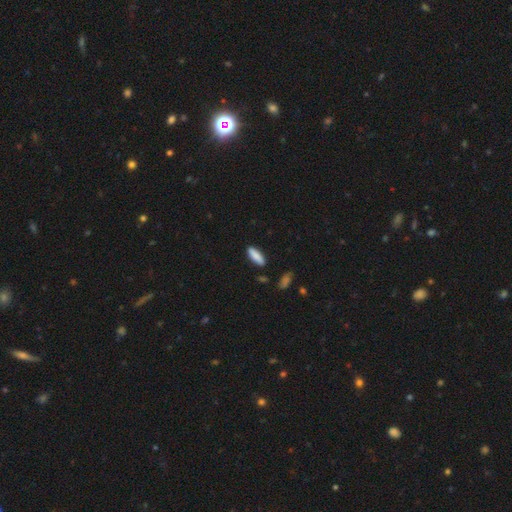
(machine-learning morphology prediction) smooth_or_featured: smooth (p=0.87) [alt: featured or disk p=0.07]
how_rounded: in between (p=0.55) [alt: cigar-shaped p=0.43]
merging: none (p=0.86) [alt: minor disturbance p=0.10]